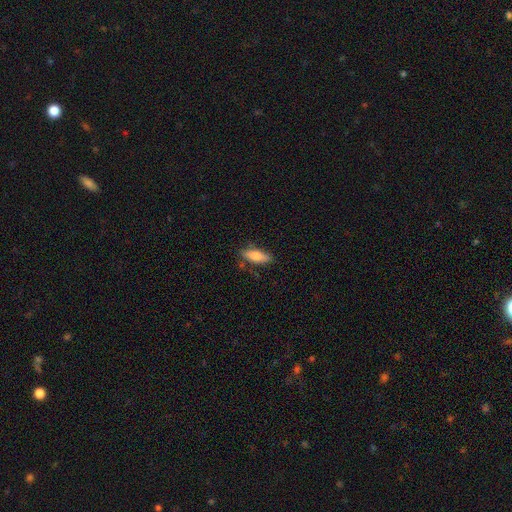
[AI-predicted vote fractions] Overall: smooth (73%). How rounded: in between (59%; cigar-shaped 38%). Merging: none (78%).